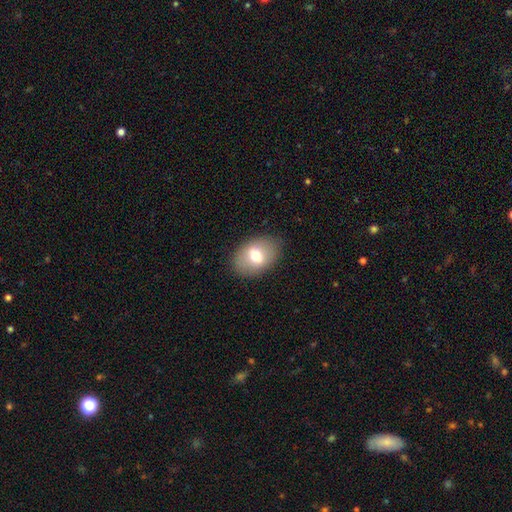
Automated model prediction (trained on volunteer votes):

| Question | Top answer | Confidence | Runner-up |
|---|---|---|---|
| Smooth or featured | smooth | 68% | featured or disk (24%) |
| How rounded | in between | 82% | round (17%) |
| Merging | none | 84% | minor disturbance (11%) |